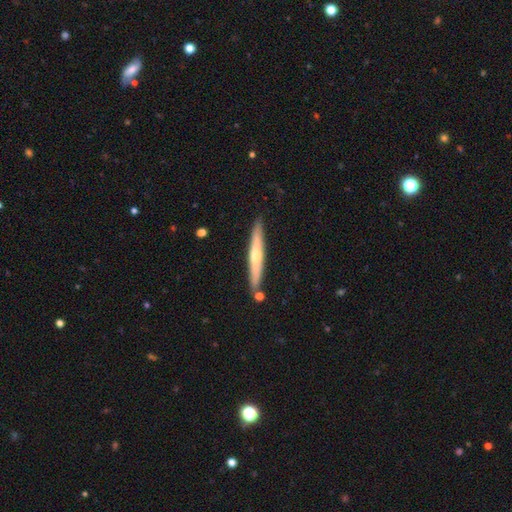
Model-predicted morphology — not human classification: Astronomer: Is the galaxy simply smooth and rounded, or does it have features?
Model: featured or disk — 60%.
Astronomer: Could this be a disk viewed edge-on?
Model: yes — 95%.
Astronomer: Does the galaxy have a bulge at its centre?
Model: rounded — 78%.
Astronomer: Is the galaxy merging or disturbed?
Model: none — 86%.